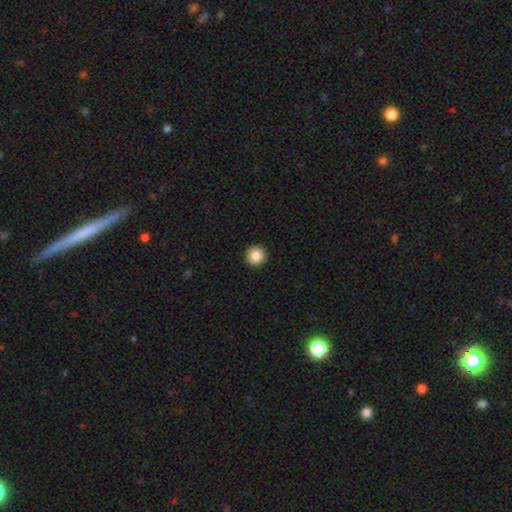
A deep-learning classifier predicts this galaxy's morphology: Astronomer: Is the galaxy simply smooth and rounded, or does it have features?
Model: smooth — 86%.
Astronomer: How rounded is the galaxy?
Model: round — 96%.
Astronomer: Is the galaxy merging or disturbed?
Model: none — 94%.